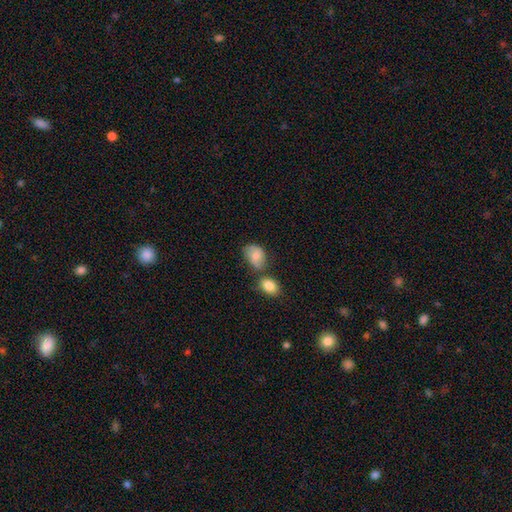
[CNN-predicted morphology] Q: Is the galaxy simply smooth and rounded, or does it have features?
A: smooth — 72%.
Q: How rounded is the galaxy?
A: in between — 75%.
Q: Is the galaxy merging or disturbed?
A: none — 48%.